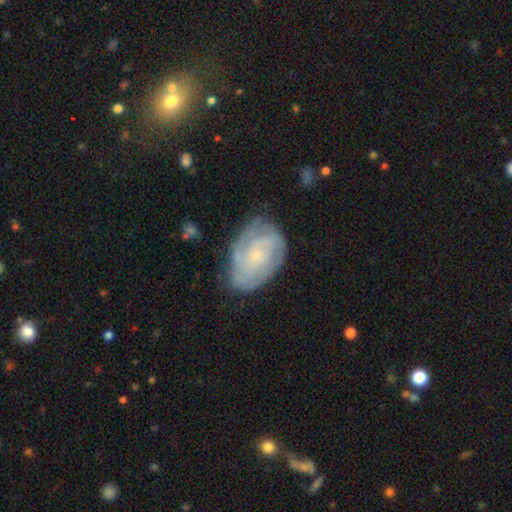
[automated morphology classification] Smooth or featured? Predicted: featured or disk (p=0.75). Edge-on disk? Predicted: no (p=0.97). Bar? Predicted: no (p=0.75). Spiral arms? Predicted: yes (p=0.91). Spiral winding? Predicted: tight (p=0.65). Spiral arm count? Predicted: can't tell (p=0.39). Bulge size? Predicted: small (p=0.82). Merging? Predicted: none (p=0.70).